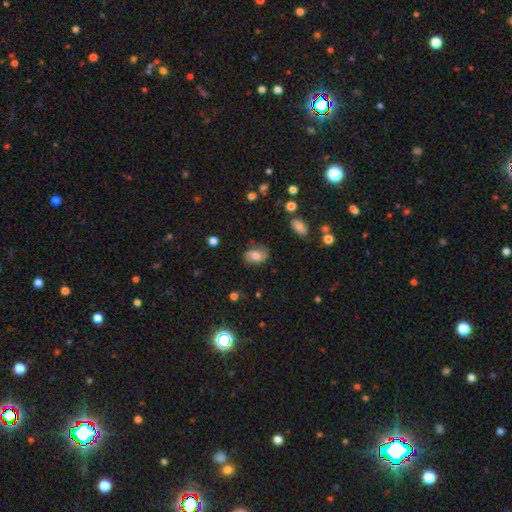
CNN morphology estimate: Q: Smooth or featured?
A: smooth (48%); runner-up: featured or disk (42%)
Q: Merging?
A: none (73%); runner-up: minor disturbance (19%)